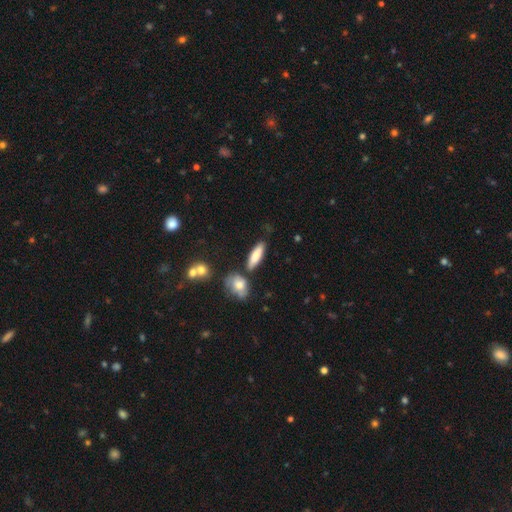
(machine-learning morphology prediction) smooth-or-featured: smooth: 76% | featured or disk: 17% | star or artifact: 7%
  how-rounded: cigar-shaped: 54% | in between: 43% | round: 3%
  merging: none: 75% | minor disturbance: 13% | merger: 9% | major disturbance: 3%